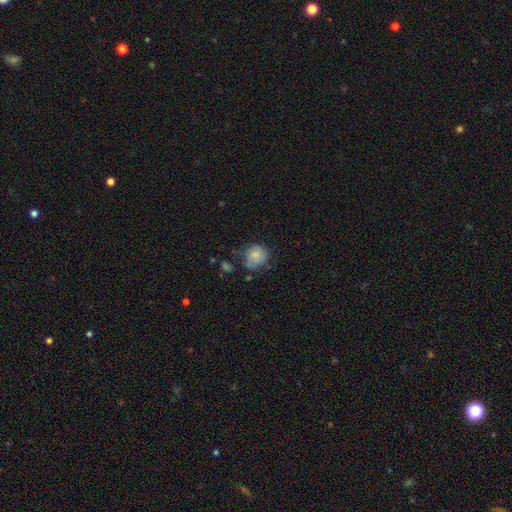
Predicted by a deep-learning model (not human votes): Q: Smooth or featured?
A: smooth (77%); runner-up: featured or disk (14%)
Q: How rounded?
A: round (69%); runner-up: in between (31%)
Q: Merging?
A: none (48%); runner-up: minor disturbance (33%)